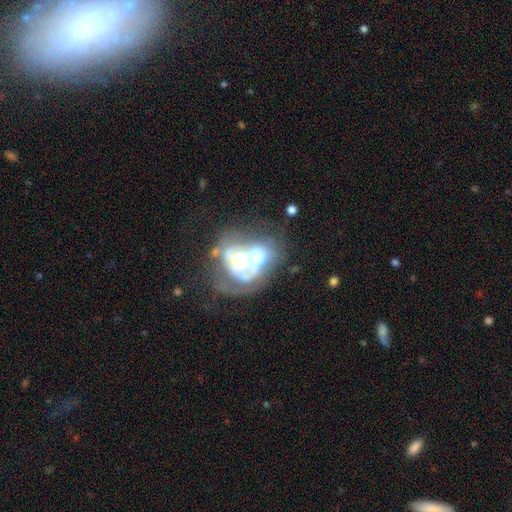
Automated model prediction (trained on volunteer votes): Smooth or featured?
  - featured or disk: 61% *
  - smooth: 29%
  - star or artifact: 9%
Edge-on disk?
  - no: 96% *
  - yes: 4%
Bar?
  - no: 79% *
  - weak: 14%
  - strong: 6%
Spiral arms?
  - no: 62% *
  - yes: 38%
Bulge size?
  - moderate: 56% *
  - large: 26%
  - small: 8%
  - dominant: 5%
  - none: 4%
Merging?
  - merger: 68% *
  - major disturbance: 13%
  - none: 11%
  - minor disturbance: 7%